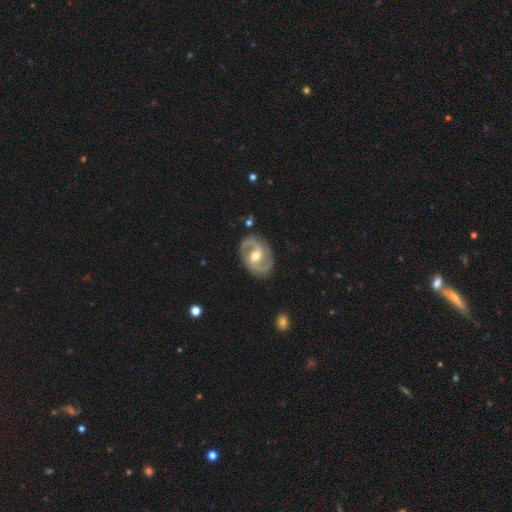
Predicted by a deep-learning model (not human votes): The model was most divided on "bar": weak: 45%, no: 32%, strong: 23%. More confident: edge-on disk — no (98%); spiral arms — yes (97%); spiral arm count — 2 (93%); smooth or featured — featured or disk (91%); merging — none (85%); bulge size — moderate (76%); spiral winding — medium (57%).